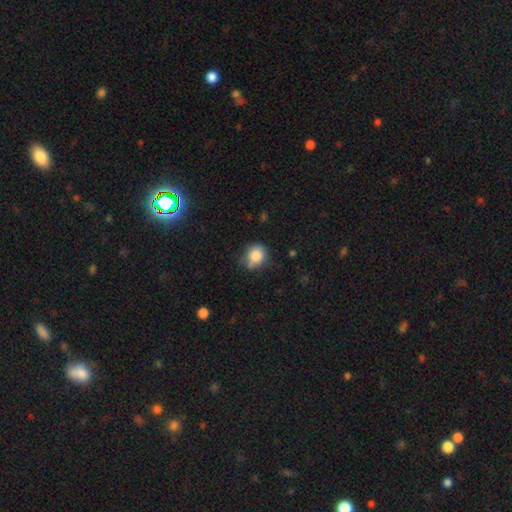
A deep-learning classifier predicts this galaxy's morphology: smooth_or_featured: smooth (p=0.83) [alt: star or artifact p=0.10]
how_rounded: round (p=0.77) [alt: in between p=0.22]
merging: none (p=0.62) [alt: minor disturbance p=0.27]